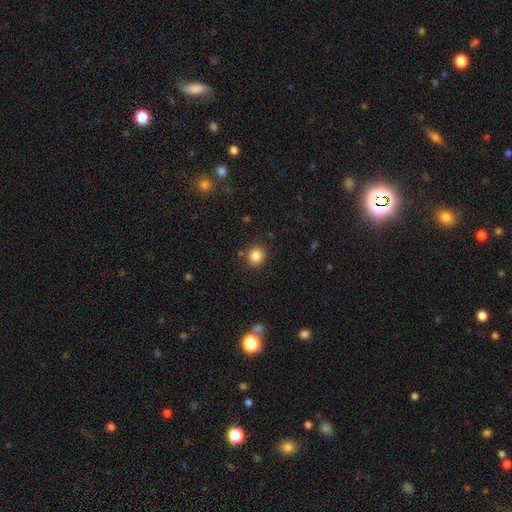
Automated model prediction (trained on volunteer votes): Morphology: type=smooth (85%); roundness=round (87%); merging=none (86%).